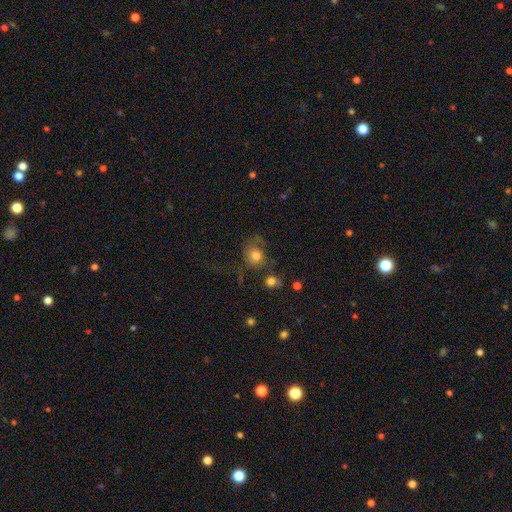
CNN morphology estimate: Smooth or featured: smooth — 75% (featured or disk — 14%)
How rounded: round — 77% (in between — 22%)
Merging: none — 52% (minor disturbance — 20%)